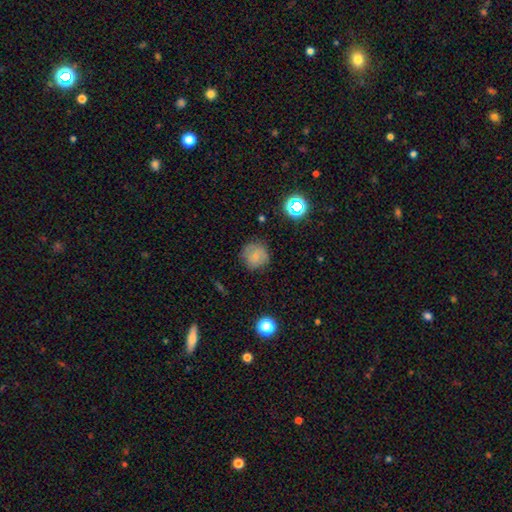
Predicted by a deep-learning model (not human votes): Smooth or featured? Predicted: smooth (p=0.73). How rounded? Predicted: round (p=0.91). Merging? Predicted: none (p=0.76).